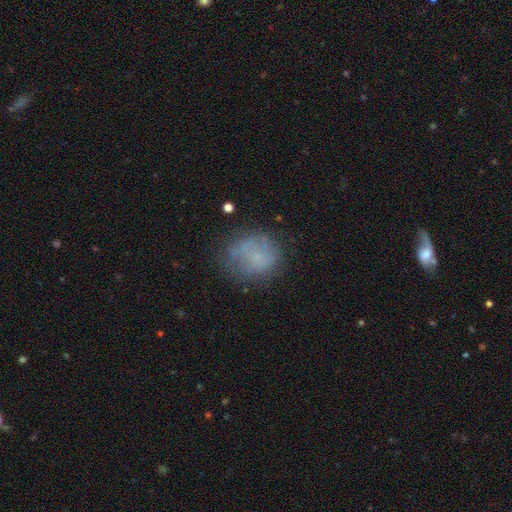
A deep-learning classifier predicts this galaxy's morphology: The model was most divided on "smooth or featured": smooth: 57%, featured or disk: 29%, star or artifact: 15%. More confident: how rounded — round (71%); merging — none (65%).